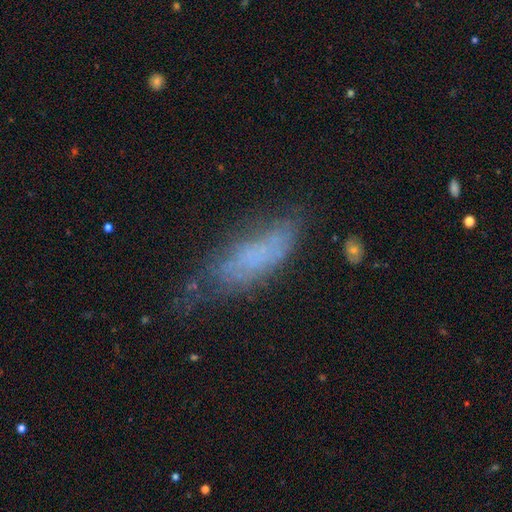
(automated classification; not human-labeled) Smooth or featured? smooth (53%)
How rounded? in between (57%)
Merging? none (43%)